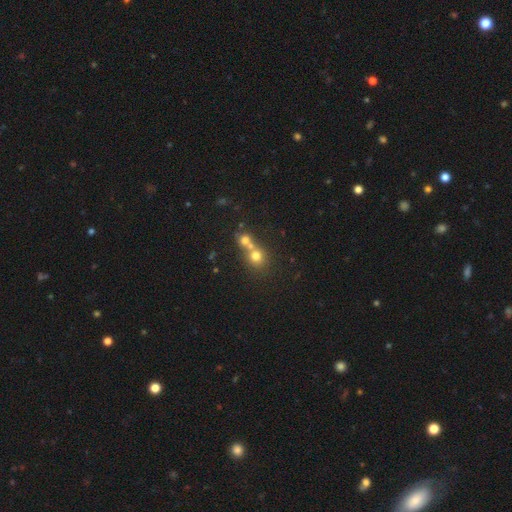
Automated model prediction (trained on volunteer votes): Q: Smooth or featured?
A: smooth (69%); runner-up: star or artifact (16%)
Q: How rounded?
A: round (85%); runner-up: in between (14%)
Q: Merging?
A: merger (54%); runner-up: none (38%)